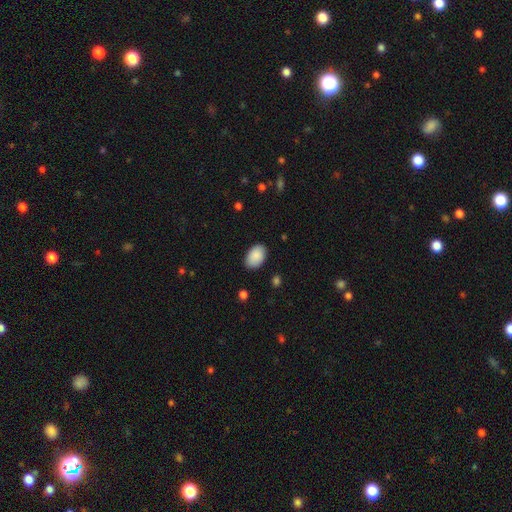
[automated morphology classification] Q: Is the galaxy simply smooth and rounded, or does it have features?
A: smooth — 90%.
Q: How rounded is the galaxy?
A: in between — 89%.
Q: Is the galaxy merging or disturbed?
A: none — 86%.